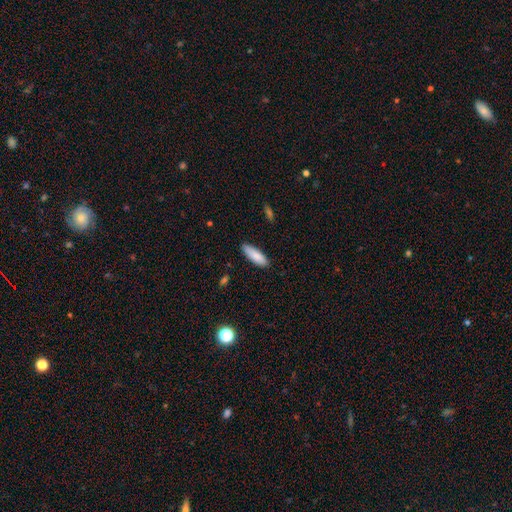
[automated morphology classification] smooth-or-featured: smooth: 85% | featured or disk: 9% | star or artifact: 6%
  how-rounded: in between: 53% | cigar-shaped: 46% | round: 1%
  merging: none: 87% | minor disturbance: 10% | major disturbance: 2% | merger: 1%